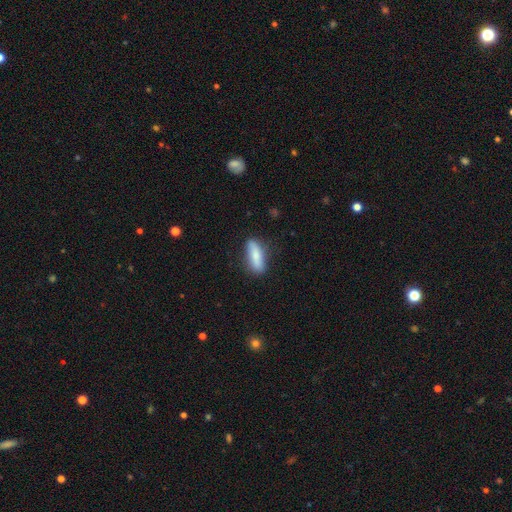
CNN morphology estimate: Q: Smooth or featured?
A: smooth (76%); runner-up: featured or disk (18%)
Q: How rounded?
A: in between (50%); runner-up: cigar-shaped (47%)
Q: Merging?
A: none (82%); runner-up: minor disturbance (14%)